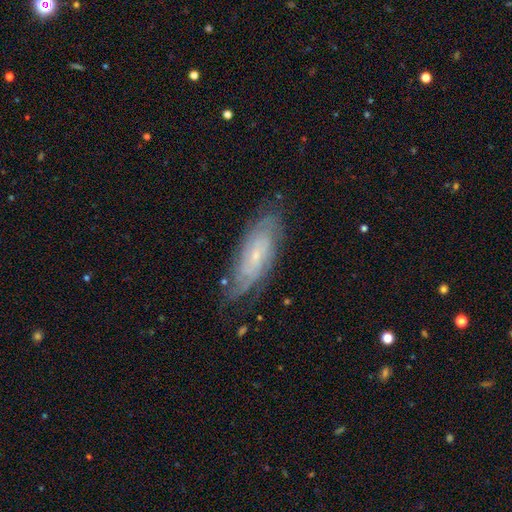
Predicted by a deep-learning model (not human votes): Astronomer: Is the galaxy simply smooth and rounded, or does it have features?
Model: featured or disk — 75%.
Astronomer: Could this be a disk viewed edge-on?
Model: no — 87%.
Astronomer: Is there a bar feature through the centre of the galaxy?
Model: no — 64%.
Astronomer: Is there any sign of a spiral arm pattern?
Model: yes — 93%.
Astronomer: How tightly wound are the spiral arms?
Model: tight — 68%.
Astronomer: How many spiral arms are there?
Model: can't tell — 52%.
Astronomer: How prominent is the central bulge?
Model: small — 78%.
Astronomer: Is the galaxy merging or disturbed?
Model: none — 74%.